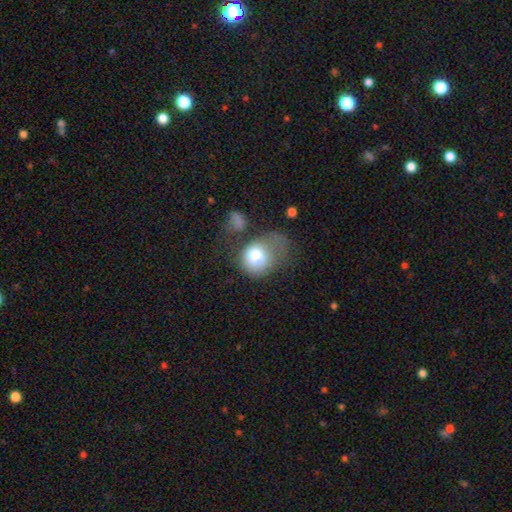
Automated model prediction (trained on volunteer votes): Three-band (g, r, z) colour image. It shows a smooth galaxy with no disk features (76%) that is round (56%). Merging: major disturbance (45%).